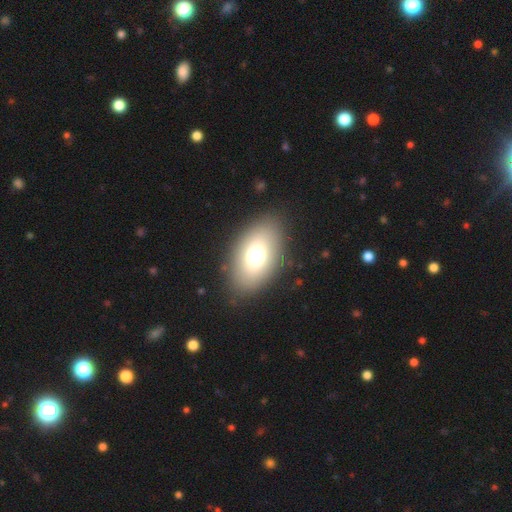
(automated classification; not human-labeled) Q: Smooth or featured?
A: smooth (69%); runner-up: featured or disk (18%)
Q: How rounded?
A: in between (83%); runner-up: round (16%)
Q: Merging?
A: none (86%); runner-up: minor disturbance (8%)